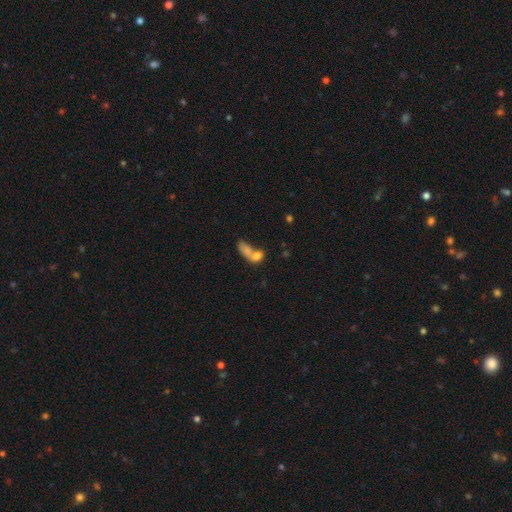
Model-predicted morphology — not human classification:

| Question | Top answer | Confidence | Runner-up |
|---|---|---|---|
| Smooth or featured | smooth | 66% | featured or disk (20%) |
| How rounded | in between | 67% | round (20%) |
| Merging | merger | 59% | none (24%) |